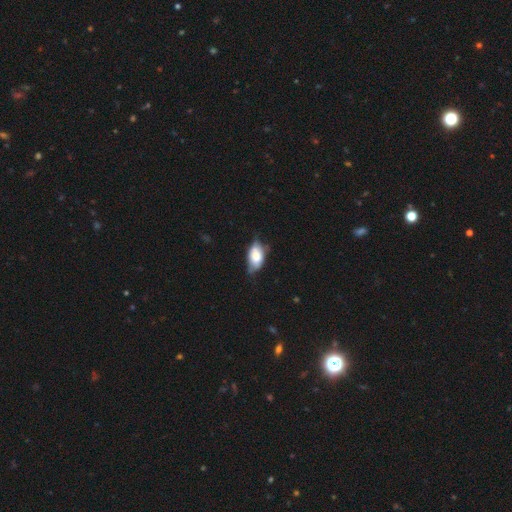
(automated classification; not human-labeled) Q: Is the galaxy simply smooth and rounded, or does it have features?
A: smooth — 67%.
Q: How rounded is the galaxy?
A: in between — 90%.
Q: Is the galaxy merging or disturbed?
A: none — 49%.